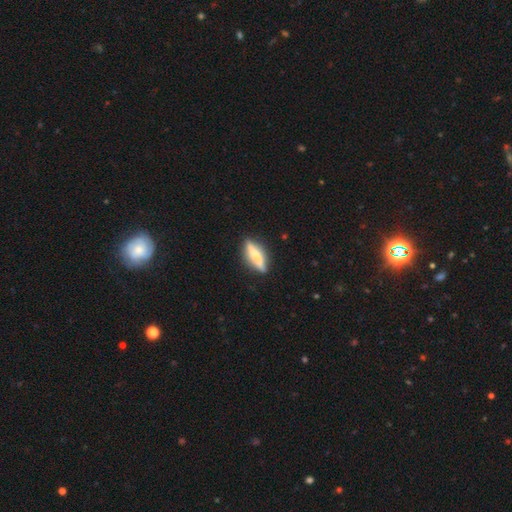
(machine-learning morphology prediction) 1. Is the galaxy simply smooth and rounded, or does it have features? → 47% smooth (tied), 47% featured or disk (tied), 6% star or artifact.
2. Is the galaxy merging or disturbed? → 84% none, 11% minor disturbance, 3% major disturbance, 2% merger.